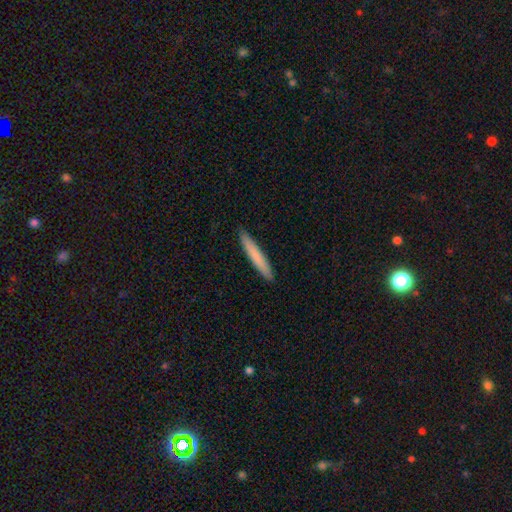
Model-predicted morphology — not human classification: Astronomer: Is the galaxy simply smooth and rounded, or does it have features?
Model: smooth — 78%.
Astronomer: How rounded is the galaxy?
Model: cigar-shaped — 96%.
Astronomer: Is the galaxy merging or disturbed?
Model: none — 92%.